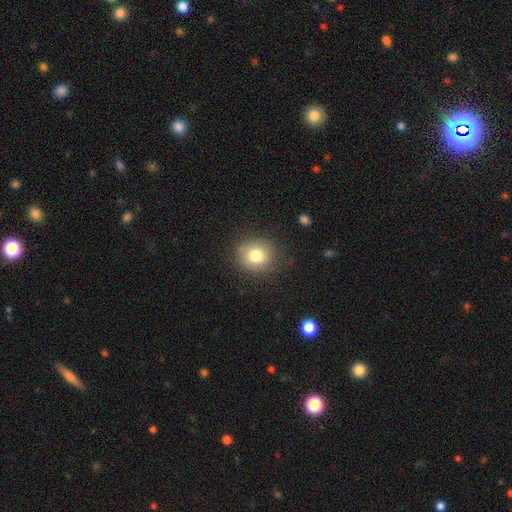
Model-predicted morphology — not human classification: Smooth or featured?
  - smooth: 78% *
  - star or artifact: 12%
  - featured or disk: 11%
How rounded?
  - round: 88% *
  - in between: 11%
  - cigar-shaped: 1%
Merging?
  - none: 86% *
  - minor disturbance: 9%
  - major disturbance: 3%
  - merger: 1%